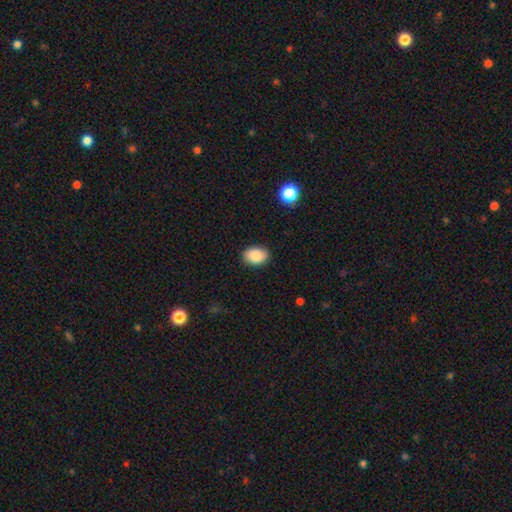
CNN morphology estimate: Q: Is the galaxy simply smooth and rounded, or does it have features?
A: smooth — 88%.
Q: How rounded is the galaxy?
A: in between — 80%.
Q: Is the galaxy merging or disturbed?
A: none — 87%.